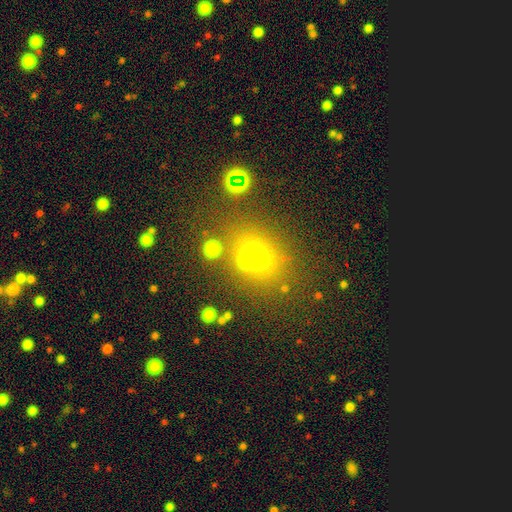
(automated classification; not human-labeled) Morphology: type=smooth (54%); roundness=round (61%); merging=none (59%).